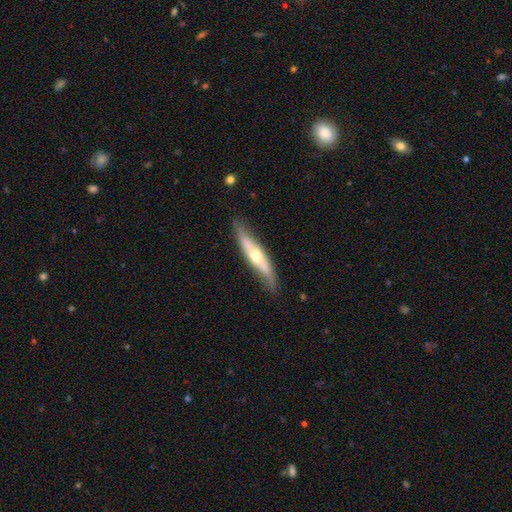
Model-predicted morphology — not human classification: A featured or disk galaxy (59%) viewed edge-on (70%).

Vote fractions:
- Smooth or featured? featured or disk: 59% / smooth: 36% / star or artifact: 5%
- Edge-on disk? yes: 70% / no: 30%
- Merging? none: 78% / minor disturbance: 17% / major disturbance: 4% / merger: 2%